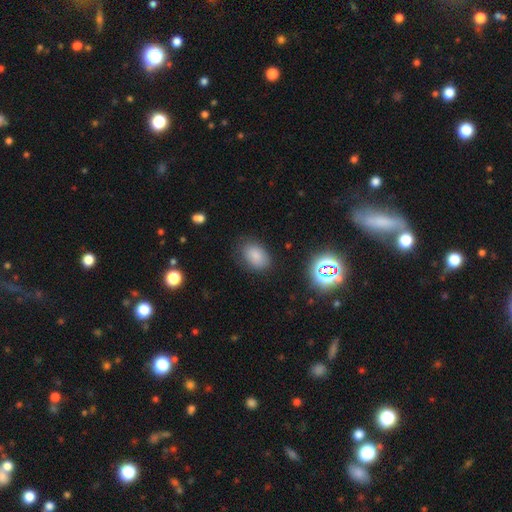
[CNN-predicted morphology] smooth_or_featured: smooth (p=0.80) [alt: star or artifact p=0.12]
how_rounded: in between (p=0.84) [alt: round p=0.15]
merging: none (p=0.78) [alt: minor disturbance p=0.16]